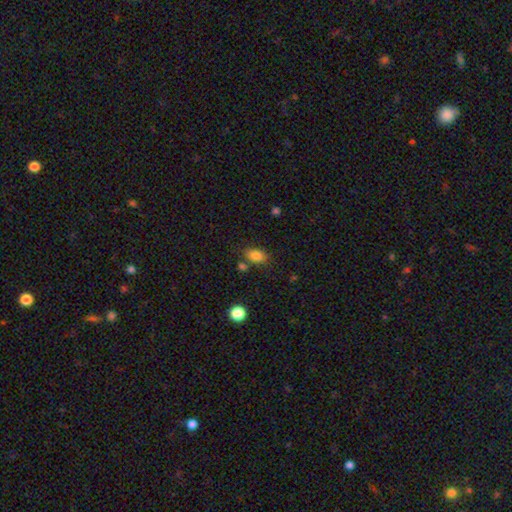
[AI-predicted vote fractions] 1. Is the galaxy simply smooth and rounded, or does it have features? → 83% smooth, 10% star or artifact, 6% featured or disk.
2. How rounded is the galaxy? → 84% in between, 13% round, 2% cigar-shaped.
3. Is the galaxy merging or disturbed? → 70% none, 15% minor disturbance, 10% merger, 5% major disturbance.